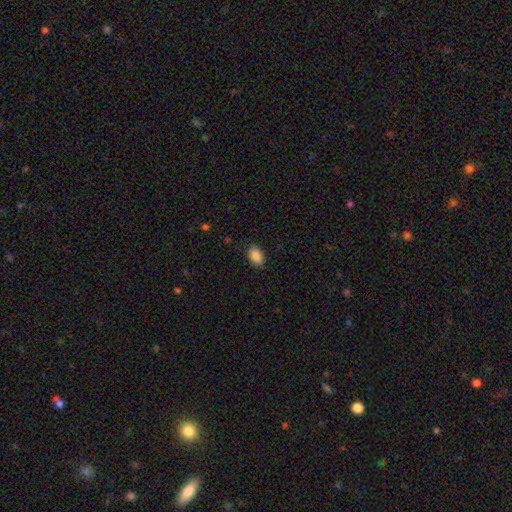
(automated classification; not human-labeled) The model was most divided on "merging": none: 87%, minor disturbance: 10%, major disturbance: 2%, merger: 1%. More confident: how rounded — in between (90%); smooth or featured — smooth (89%).